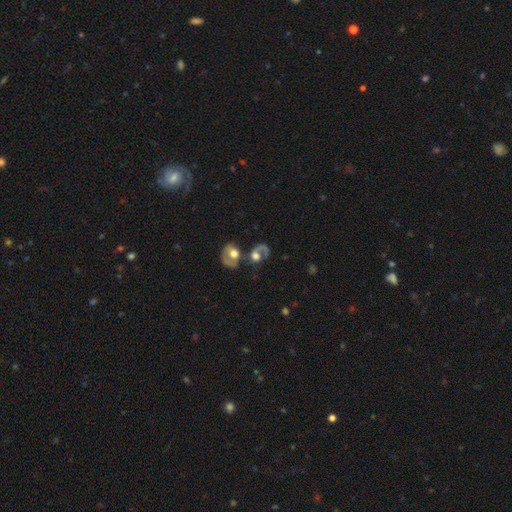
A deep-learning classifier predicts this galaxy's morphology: Smooth or featured? Predicted: featured or disk (p=0.52). Edge-on disk? Predicted: no (p=0.96). Merging? Predicted: merger (p=0.45).